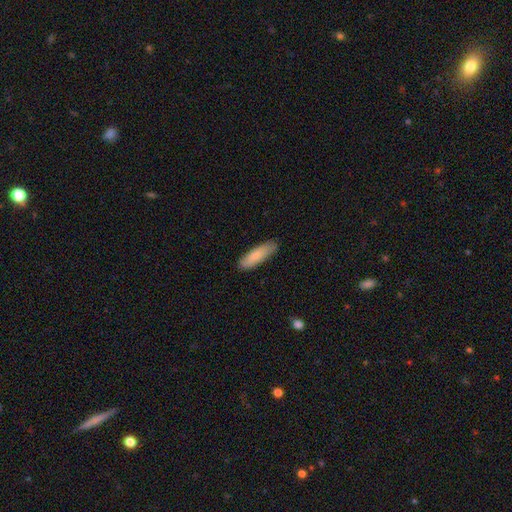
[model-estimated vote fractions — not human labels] The model was most divided on "how rounded": cigar-shaped: 61%, in between: 37%, round: 2%. More confident: merging — none (83%); smooth or featured — smooth (81%).